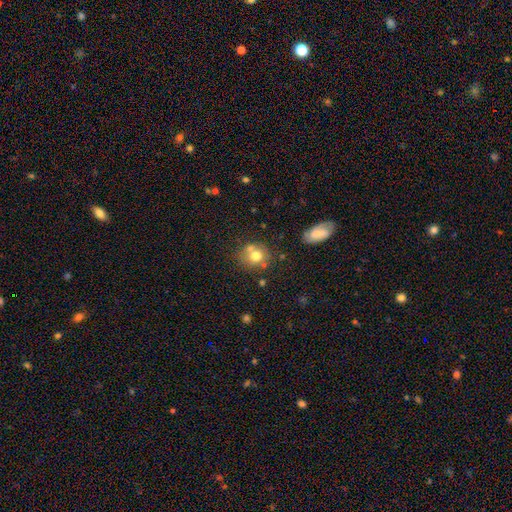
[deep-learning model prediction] Smooth or featured: smooth — 72% (featured or disk — 17%)
How rounded: round — 77% (in between — 22%)
Merging: none — 57% (merger — 25%)